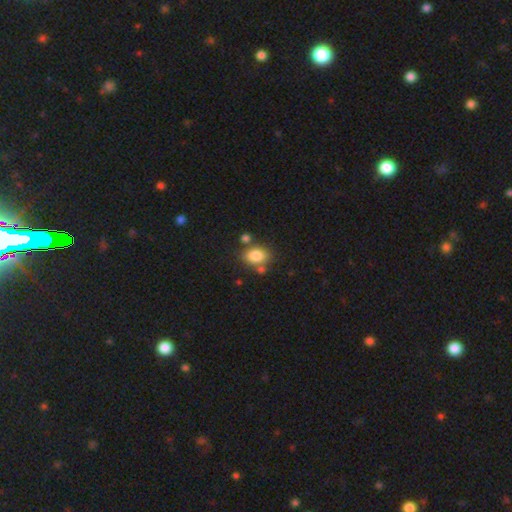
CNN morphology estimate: Smooth or featured? Predicted: smooth (p=0.84). How rounded? Predicted: in between (p=0.75). Merging? Predicted: none (p=0.65).